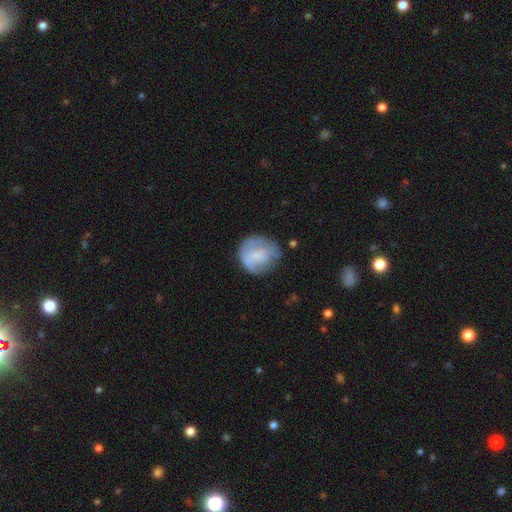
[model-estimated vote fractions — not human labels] A smooth galaxy with no disk features (59%) that is round (85%). Merging: none (55%).